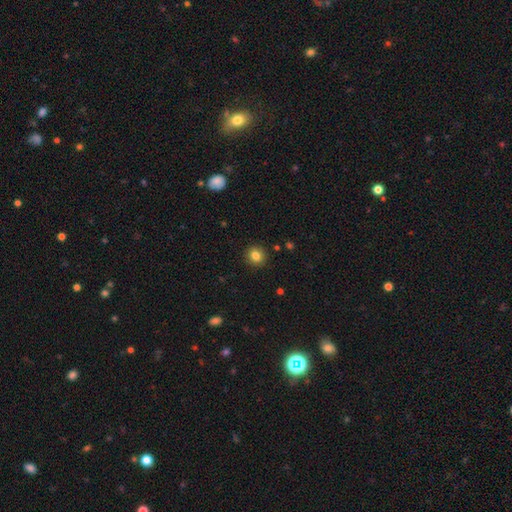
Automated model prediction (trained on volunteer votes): smooth_or_featured: smooth (p=0.83) [alt: star or artifact p=0.11]
how_rounded: round (p=0.84) [alt: in between p=0.15]
merging: none (p=0.91) [alt: minor disturbance p=0.06]